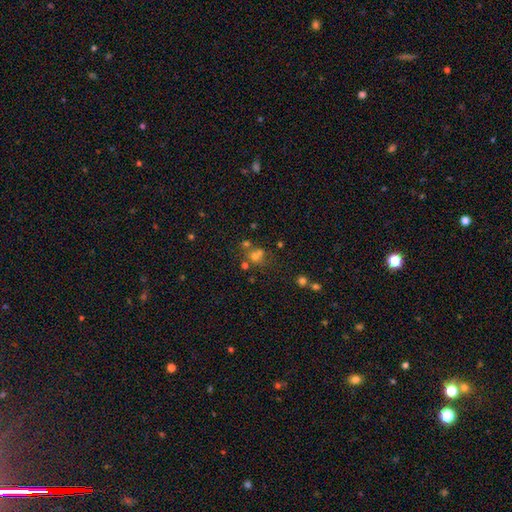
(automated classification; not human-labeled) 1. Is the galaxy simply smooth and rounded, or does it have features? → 58% smooth, 26% star or artifact, 16% featured or disk.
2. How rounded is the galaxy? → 77% round, 22% in between, 1% cigar-shaped.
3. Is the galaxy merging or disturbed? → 45% none, 39% merger, 10% minor disturbance, 6% major disturbance.